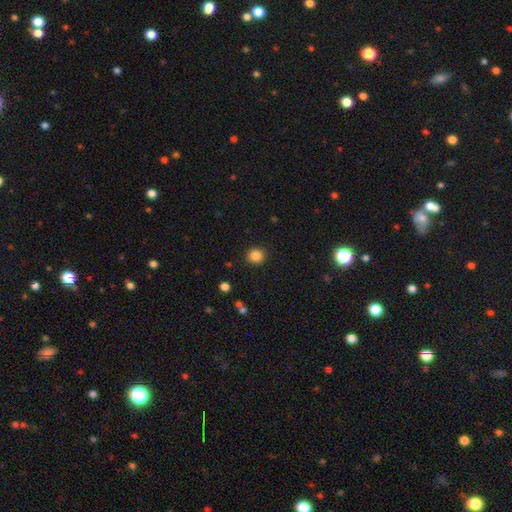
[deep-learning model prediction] smooth-or-featured: smooth: 86% | star or artifact: 11% | featured or disk: 4%
  how-rounded: round: 87% | in between: 13% | cigar-shaped: 1%
  merging: none: 90% | minor disturbance: 6% | major disturbance: 2% | merger: 1%